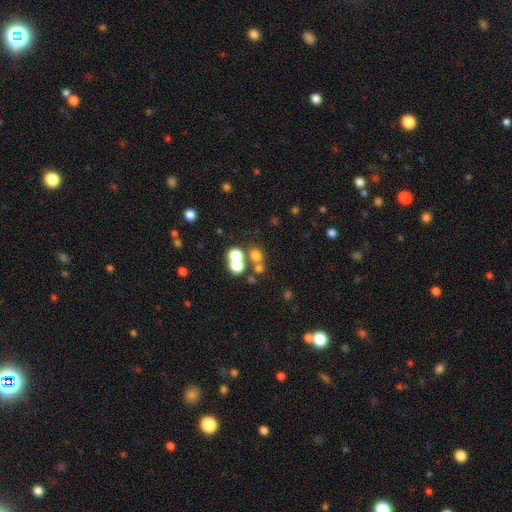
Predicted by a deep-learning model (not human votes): Smooth or featured: smooth — 65% (star or artifact — 23%)
How rounded: round — 78% (in between — 21%)
Merging: none — 56% (merger — 32%)